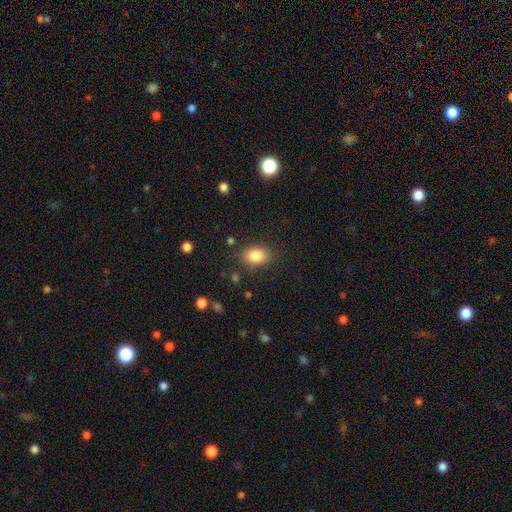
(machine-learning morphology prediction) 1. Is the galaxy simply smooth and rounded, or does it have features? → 84% smooth, 9% star or artifact, 7% featured or disk.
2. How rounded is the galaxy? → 77% in between, 21% round, 1% cigar-shaped.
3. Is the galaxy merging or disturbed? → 83% none, 12% minor disturbance, 4% major disturbance, 2% merger.